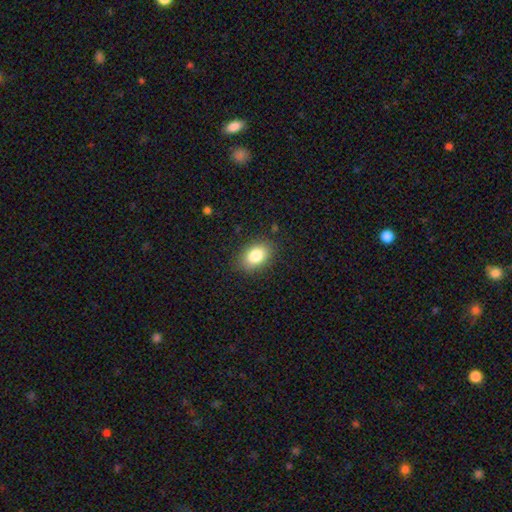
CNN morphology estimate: Overall: smooth (83%). How rounded: in between (82%). Merging: none (85%).